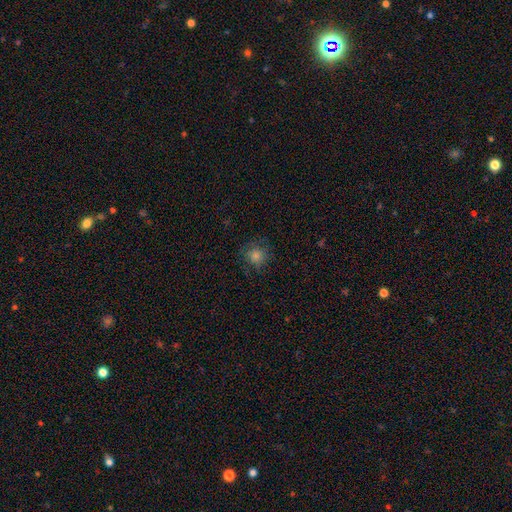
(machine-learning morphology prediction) smooth_or_featured: smooth (p=0.71) [alt: star or artifact p=0.17]
how_rounded: round (p=0.90) [alt: in between p=0.09]
merging: none (p=0.79) [alt: minor disturbance p=0.14]